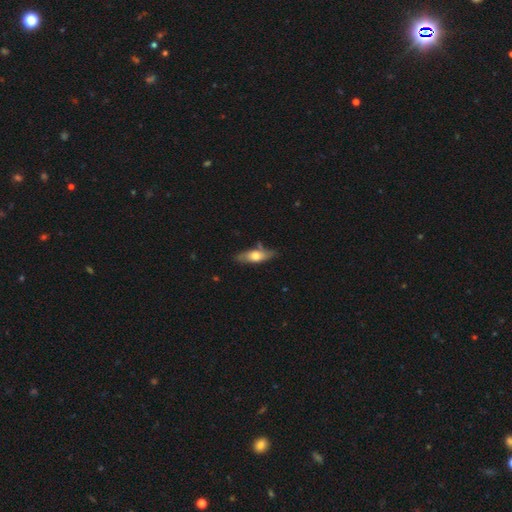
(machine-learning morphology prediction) Smooth or featured?
  - smooth: 56% *
  - featured or disk: 38%
  - star or artifact: 6%
How rounded?
  - in between: 60% *
  - cigar-shaped: 37%
  - round: 3%
Merging?
  - none: 70% *
  - minor disturbance: 21%
  - merger: 5%
  - major disturbance: 4%